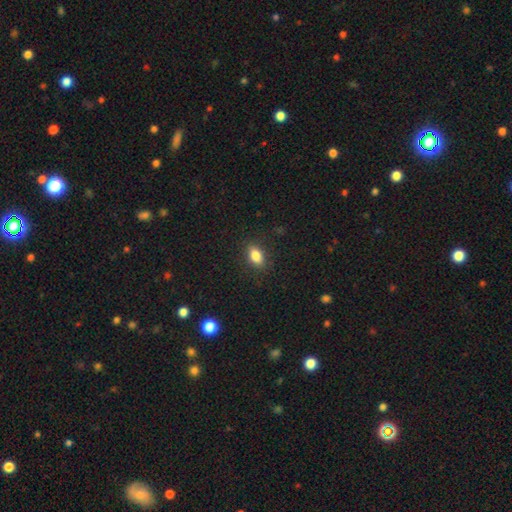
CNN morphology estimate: The model was most divided on "how rounded": in between: 84%, round: 10%, cigar-shaped: 6%. More confident: merging — none (87%); smooth or featured — smooth (84%).